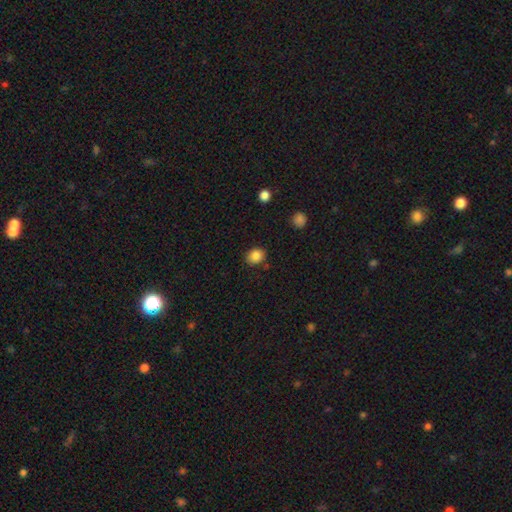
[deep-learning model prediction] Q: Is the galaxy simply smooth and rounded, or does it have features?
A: smooth — 85%.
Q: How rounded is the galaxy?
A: round — 64%.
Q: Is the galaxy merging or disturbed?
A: none — 81%.